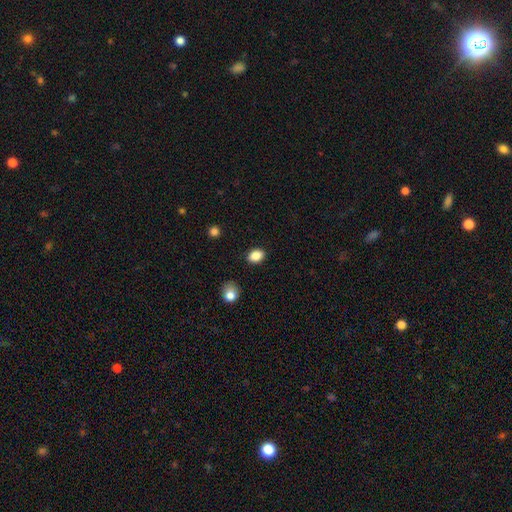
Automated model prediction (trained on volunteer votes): smooth-or-featured: smooth: 87% | star or artifact: 9% | featured or disk: 4%
  how-rounded: in between: 74% | round: 25% | cigar-shaped: 1%
  merging: none: 87% | minor disturbance: 9% | major disturbance: 2% | merger: 2%